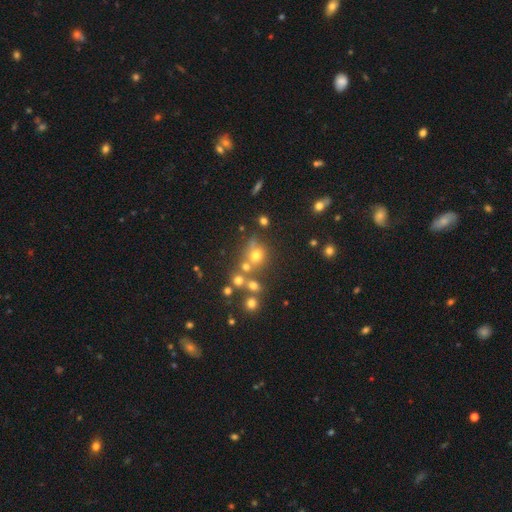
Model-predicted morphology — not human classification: Q: Smooth or featured?
A: smooth (64%); runner-up: star or artifact (22%)
Q: How rounded?
A: round (78%); runner-up: in between (20%)
Q: Merging?
A: none (55%); runner-up: merger (25%)